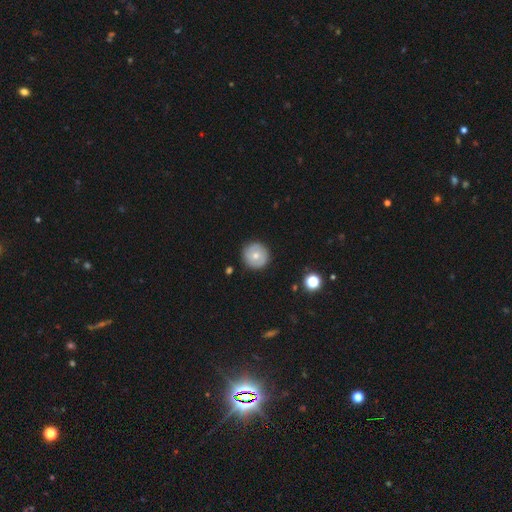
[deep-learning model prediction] smooth 62%, featured or disk 30%, star or artifact 8%. Down the decision tree: how rounded — round (94%); merging — none (89%).